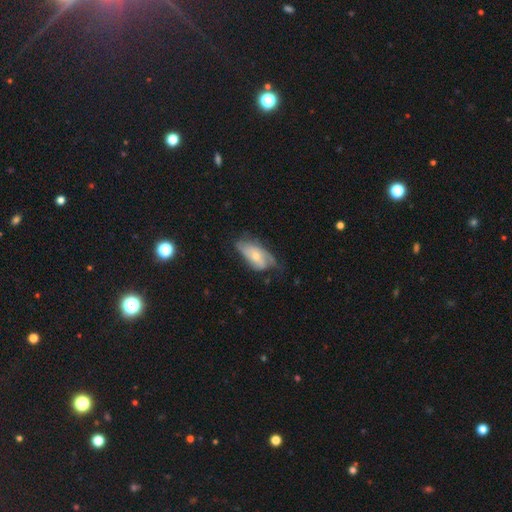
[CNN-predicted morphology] Overall: featured or disk (53%; smooth 41%). Edge-on disk: no (90%). Merging: none (43%; minor disturbance 35%).